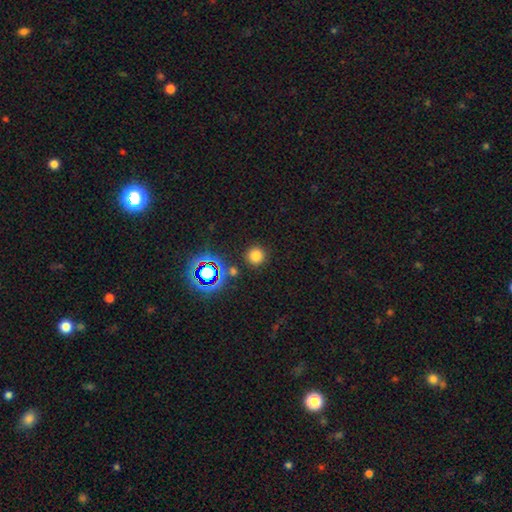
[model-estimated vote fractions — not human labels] This is likely a smooth galaxy (73%). How rounded: clearly round (94%). Merging: clearly none (87%).